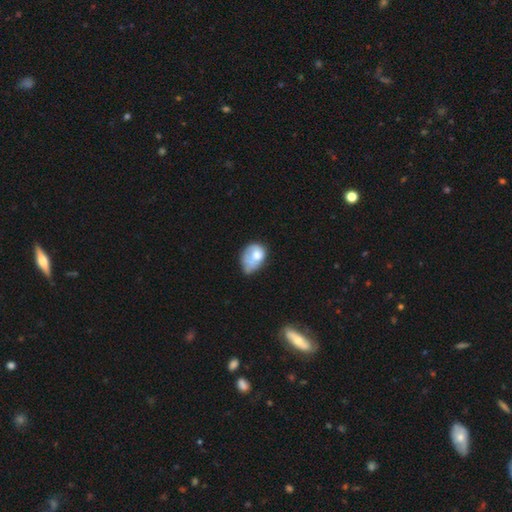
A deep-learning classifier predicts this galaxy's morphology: This appears to be a smooth galaxy with no disk features (68%) that is in between round and cigar-shaped (70%). Merging: minor disturbance (40%).